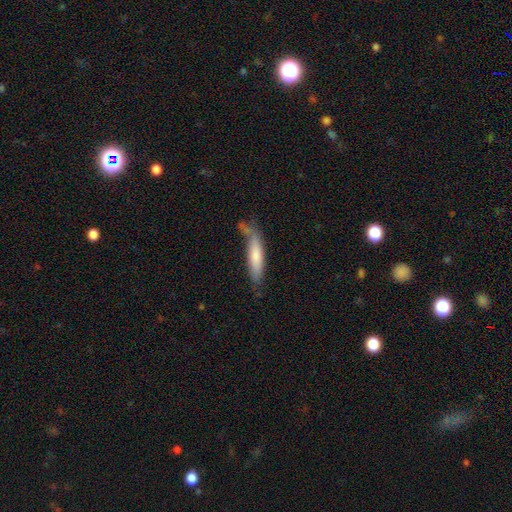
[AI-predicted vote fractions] Morphology: type=smooth (71%); roundness=cigar-shaped (76%); merging=none (51%).